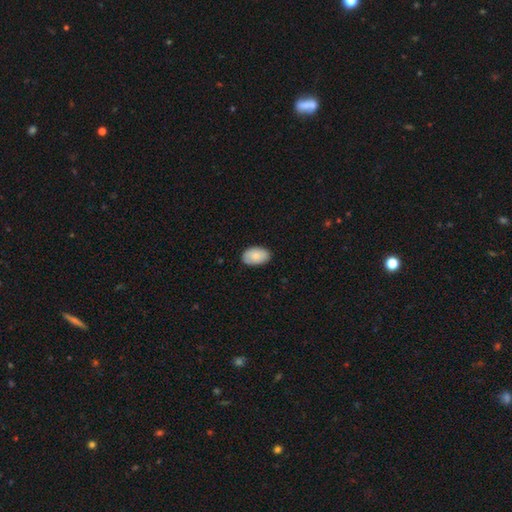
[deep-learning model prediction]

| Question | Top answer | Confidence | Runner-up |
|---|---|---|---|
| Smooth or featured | smooth | 86% | featured or disk (8%) |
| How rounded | in between | 92% | round (7%) |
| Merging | none | 85% | minor disturbance (12%) |